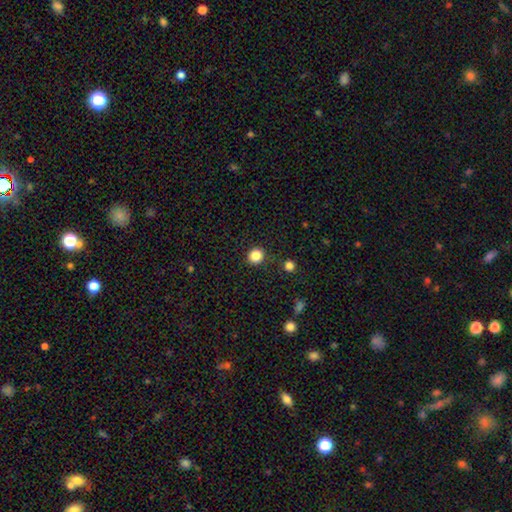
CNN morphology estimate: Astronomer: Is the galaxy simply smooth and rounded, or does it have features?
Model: smooth — 85%.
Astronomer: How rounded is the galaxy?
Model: round — 89%.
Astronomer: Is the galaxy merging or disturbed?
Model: none — 89%.